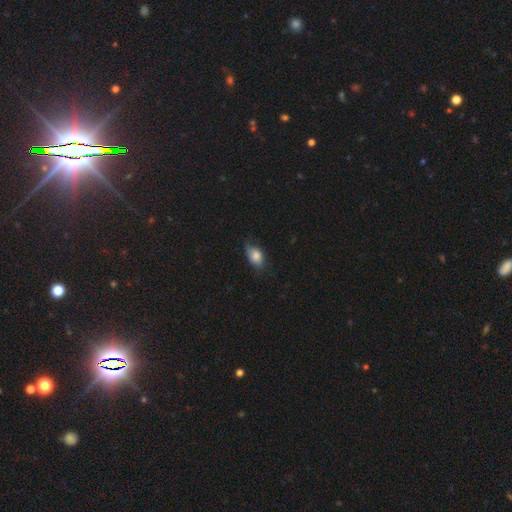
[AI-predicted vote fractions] This is clearly a smooth galaxy (82%). How rounded: clearly in between (85%). Merging: possibly none (57%).